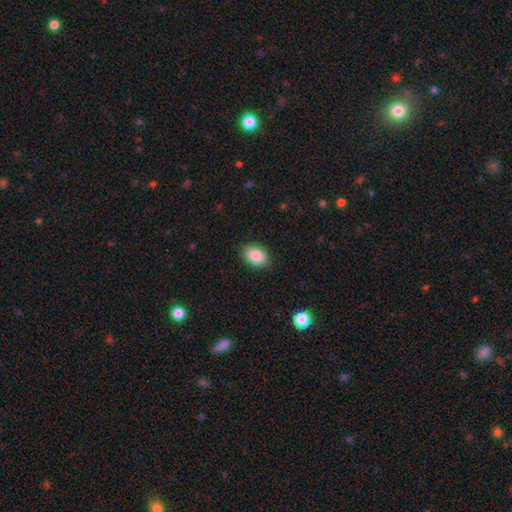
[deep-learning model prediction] smooth 88%, star or artifact 7%, featured or disk 5%. Down the decision tree: how rounded — in between (82%); merging — none (87%).